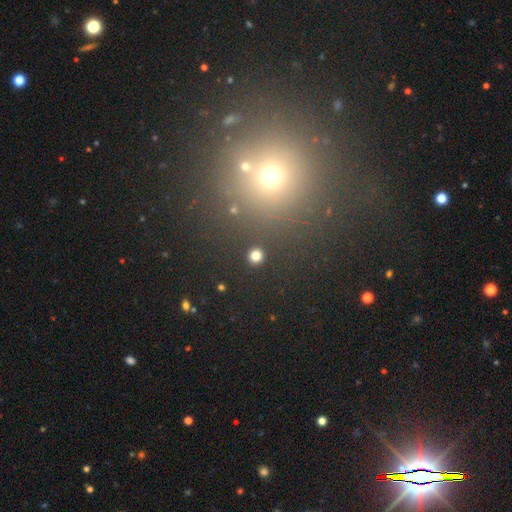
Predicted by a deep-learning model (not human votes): This appears to be a smooth galaxy with no disk features (81%) that is round (91%). Merging: none (91%).